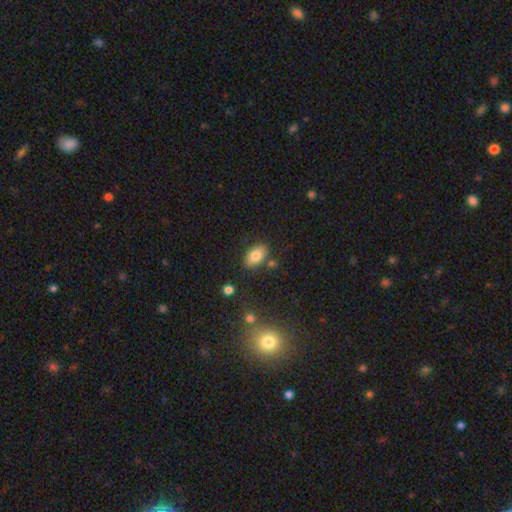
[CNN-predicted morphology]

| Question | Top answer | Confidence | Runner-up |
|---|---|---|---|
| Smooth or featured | smooth | 78% | featured or disk (13%) |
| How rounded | in between | 90% | round (8%) |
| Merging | none | 79% | minor disturbance (13%) |